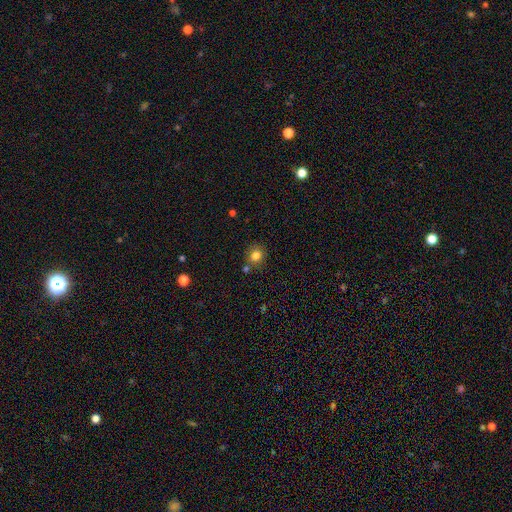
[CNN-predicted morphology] type=smooth (81%); roundness=round (80%); merging=none (76%).